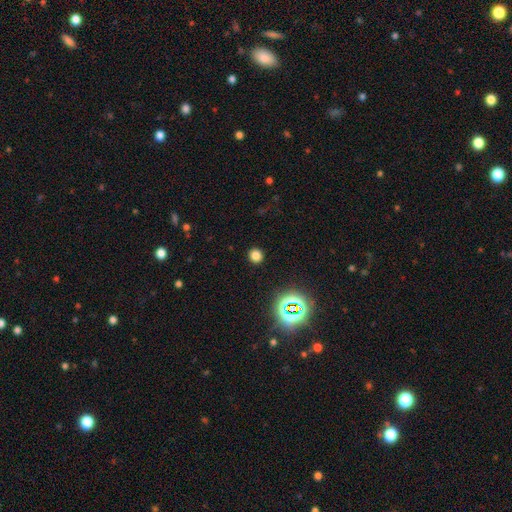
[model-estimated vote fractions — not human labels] Smooth or featured? smooth (75%)
How rounded? round (90%)
Merging? none (91%)